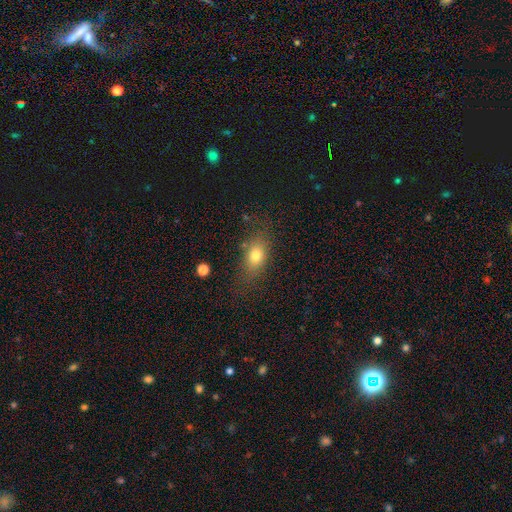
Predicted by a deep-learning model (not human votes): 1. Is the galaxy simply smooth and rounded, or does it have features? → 74% smooth, 14% featured or disk, 11% star or artifact.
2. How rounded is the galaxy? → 75% in between, 18% round, 7% cigar-shaped.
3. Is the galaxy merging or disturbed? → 72% none, 18% minor disturbance, 8% major disturbance, 3% merger.